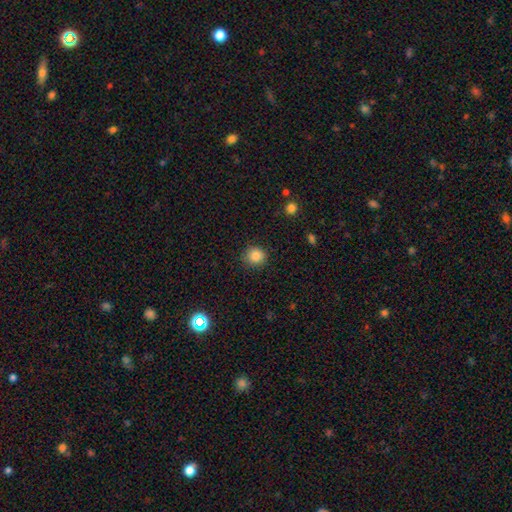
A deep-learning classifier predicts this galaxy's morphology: The model was most divided on "smooth or featured": smooth: 85%, star or artifact: 11%, featured or disk: 5%. More confident: how rounded — round (90%); merging — none (88%).